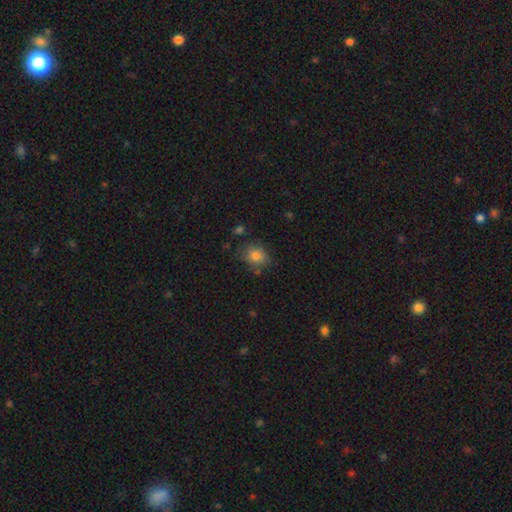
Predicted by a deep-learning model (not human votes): A smooth galaxy with no disk features (81%) that is round (57%). Merging: none (67%).